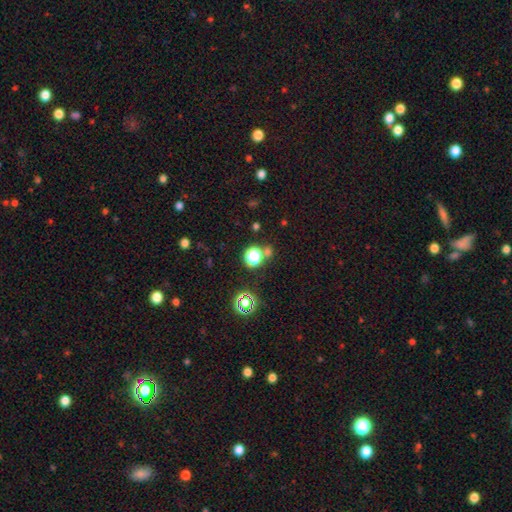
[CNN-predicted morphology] smooth-or-featured: star or artifact: 62% | smooth: 31% | featured or disk: 7%